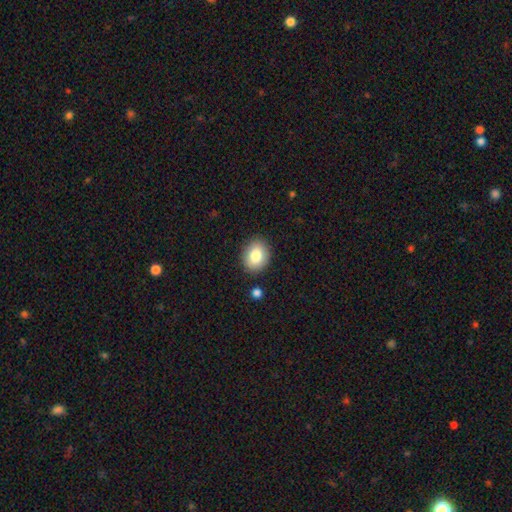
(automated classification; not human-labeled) smooth 83%, featured or disk 9%, star or artifact 8%. Down the decision tree: how rounded — in between (56%); merging — none (86%).